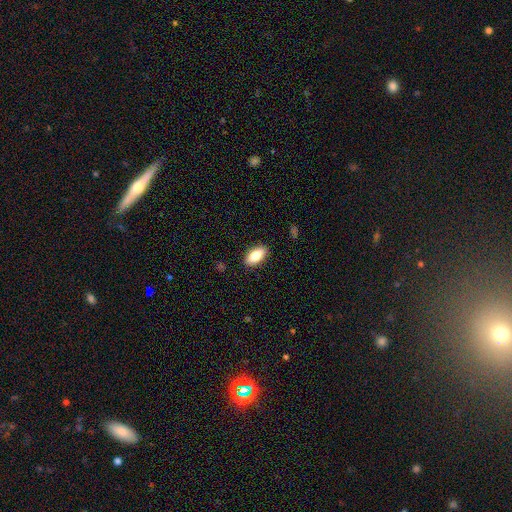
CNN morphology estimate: Q: Smooth or featured?
A: smooth (82%); runner-up: featured or disk (11%)
Q: How rounded?
A: in between (89%); runner-up: cigar-shaped (7%)
Q: Merging?
A: none (89%); runner-up: minor disturbance (8%)